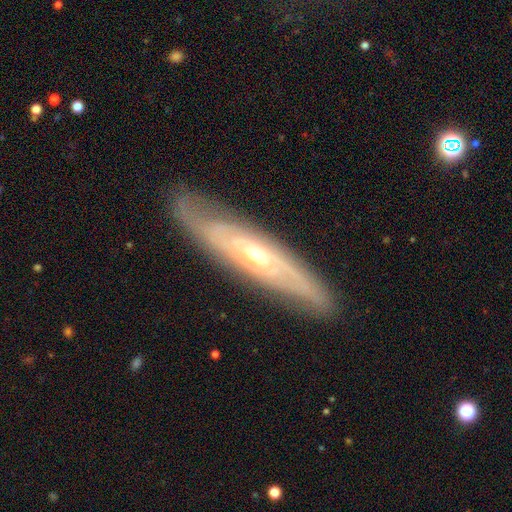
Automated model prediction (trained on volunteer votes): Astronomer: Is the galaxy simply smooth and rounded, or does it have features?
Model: featured or disk — 76%.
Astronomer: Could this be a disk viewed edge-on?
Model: no — 57% (runner-up: yes, 43%).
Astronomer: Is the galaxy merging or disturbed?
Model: none — 84%.